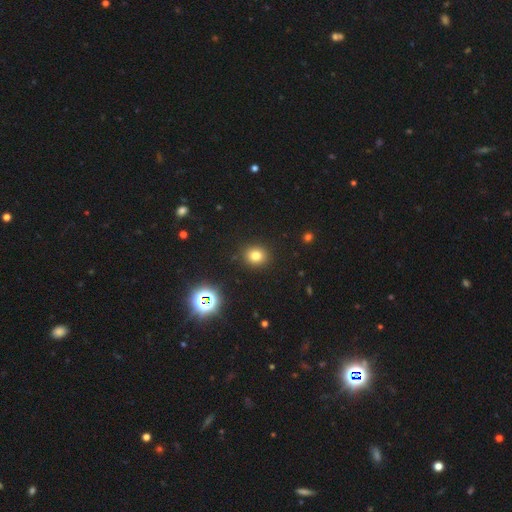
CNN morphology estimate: A smooth galaxy with no disk features (76%) that is round (82%). Merging: none (90%).